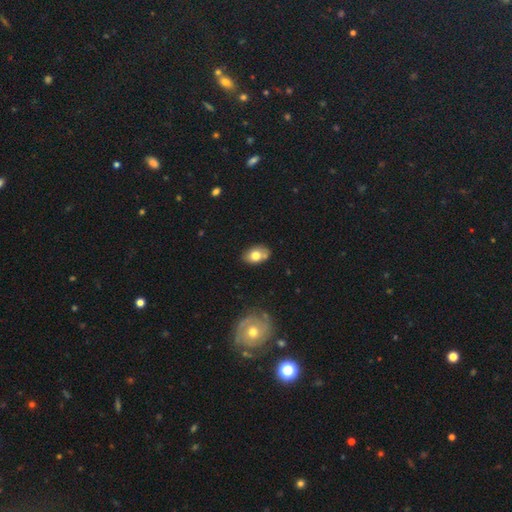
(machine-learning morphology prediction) smooth 74%, featured or disk 18%, star or artifact 8%. Down the decision tree: how rounded — in between (85%); merging — none (70%).